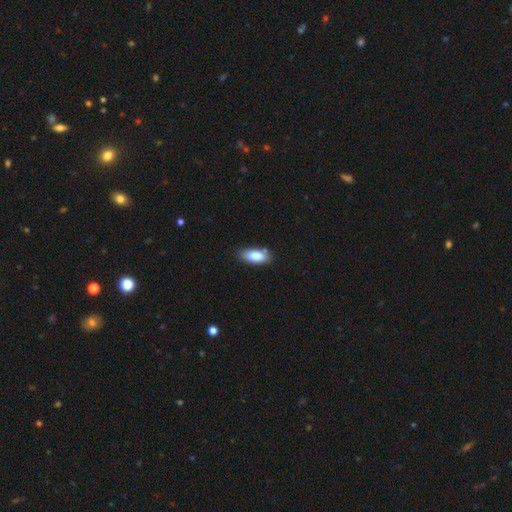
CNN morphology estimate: The model was most divided on "merging": none: 78%, minor disturbance: 15%, merger: 4%, major disturbance: 3%. More confident: how rounded — in between (84%); smooth or featured — smooth (83%).